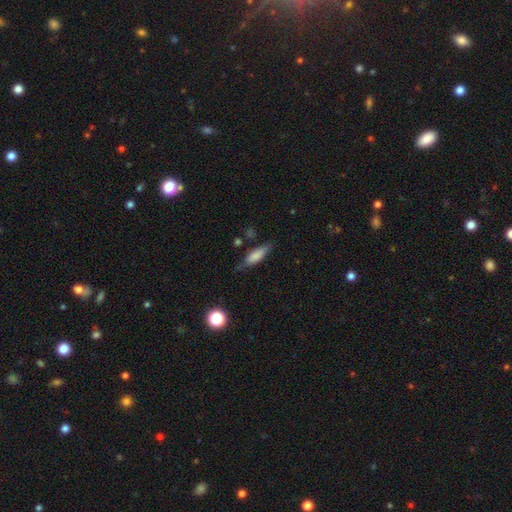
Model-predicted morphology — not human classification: A smooth galaxy with no disk features (76%) that is in between round and cigar-shaped (50%).

Vote fractions:
- Smooth or featured? smooth: 76% / featured or disk: 17% / star or artifact: 7%
- How rounded? in between: 50% / cigar-shaped: 48% / round: 2%
- Merging? none: 68% / minor disturbance: 23% / major disturbance: 6% / merger: 4%